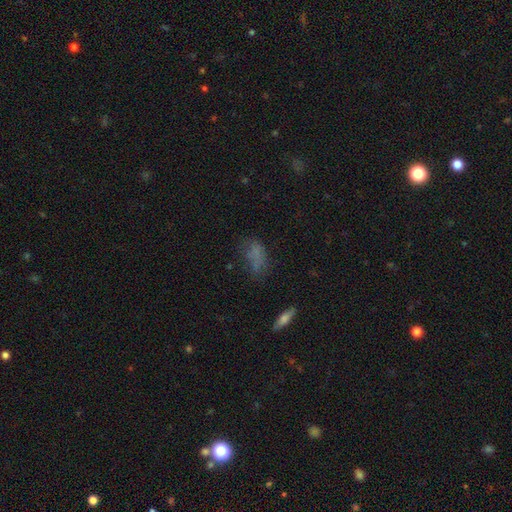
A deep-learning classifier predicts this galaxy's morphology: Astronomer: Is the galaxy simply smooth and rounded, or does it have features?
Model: smooth — 61%.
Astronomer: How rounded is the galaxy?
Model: in between — 81%.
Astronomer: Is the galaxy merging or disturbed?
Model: none — 48% (runner-up: minor disturbance, 25%).